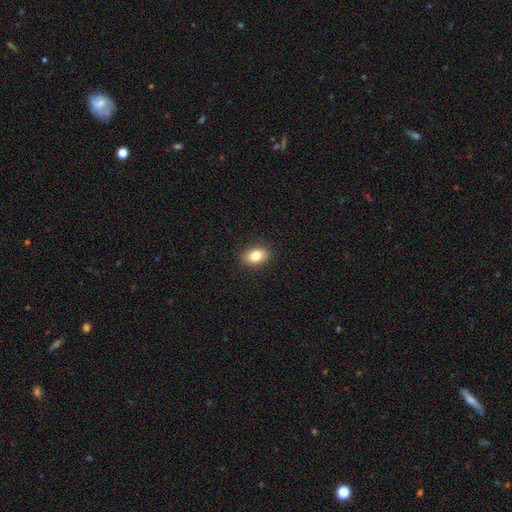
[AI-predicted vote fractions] Morphology: type=smooth (83%); roundness=in between (81%); merging=none (89%).